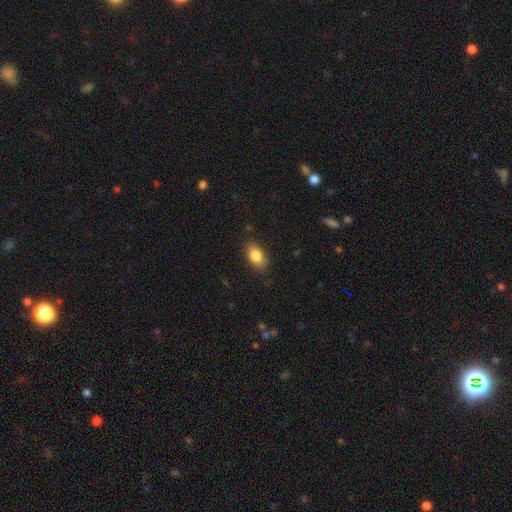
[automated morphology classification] The model was most divided on "merging": none: 83%, minor disturbance: 13%, major disturbance: 3%, merger: 1%. More confident: how rounded — in between (90%); smooth or featured — smooth (84%).